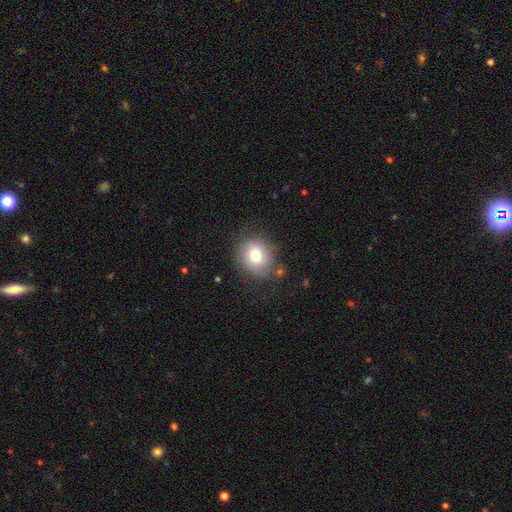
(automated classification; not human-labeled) The model was most divided on "how rounded": round: 71%, in between: 28%, cigar-shaped: 1%. More confident: smooth or featured — smooth (76%); merging — none (73%).